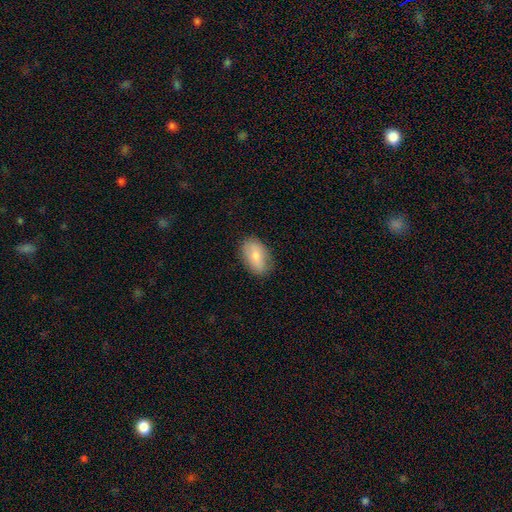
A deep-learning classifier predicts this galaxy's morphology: The model was most divided on "smooth or featured": smooth: 74%, featured or disk: 18%, star or artifact: 7%. More confident: how rounded — in between (91%); merging — none (82%).